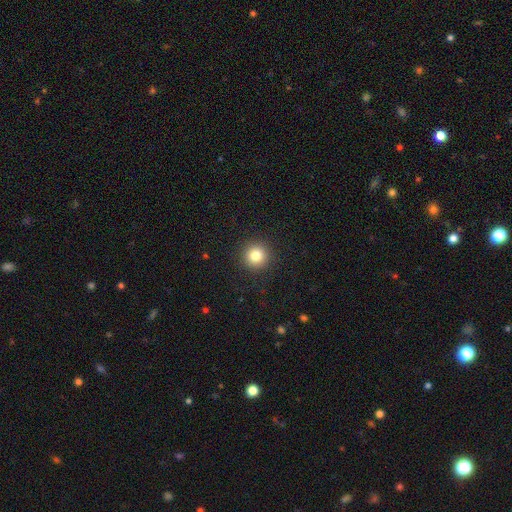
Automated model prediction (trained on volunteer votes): A smooth galaxy with no disk features (82%) that is round (95%).

Vote fractions:
- Smooth or featured? smooth: 82% / star or artifact: 12% / featured or disk: 7%
- How rounded? round: 95% / in between: 4% / cigar-shaped: 1%
- Merging? none: 92% / minor disturbance: 5% / major disturbance: 2% / merger: 1%